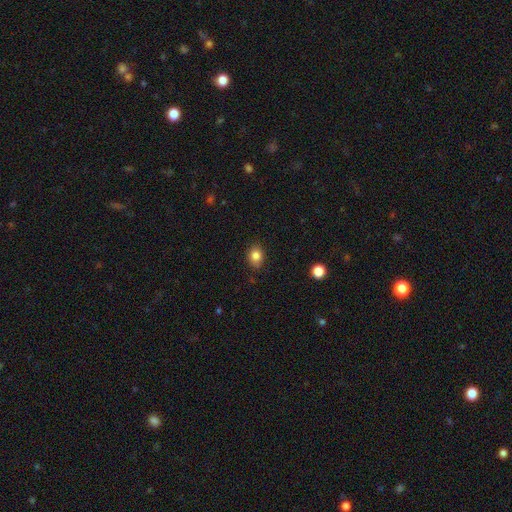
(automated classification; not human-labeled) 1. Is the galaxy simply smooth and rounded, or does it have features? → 84% smooth, 10% star or artifact, 6% featured or disk.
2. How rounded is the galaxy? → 50% round, 48% in between, 1% cigar-shaped.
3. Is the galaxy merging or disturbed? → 83% none, 13% minor disturbance, 2% major disturbance, 1% merger.